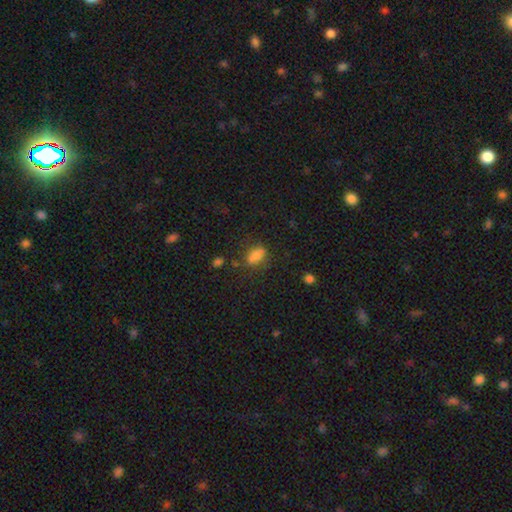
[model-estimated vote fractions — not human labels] A smooth galaxy with no disk features (72%) that is in between round and cigar-shaped (79%). Merging: none (58%).